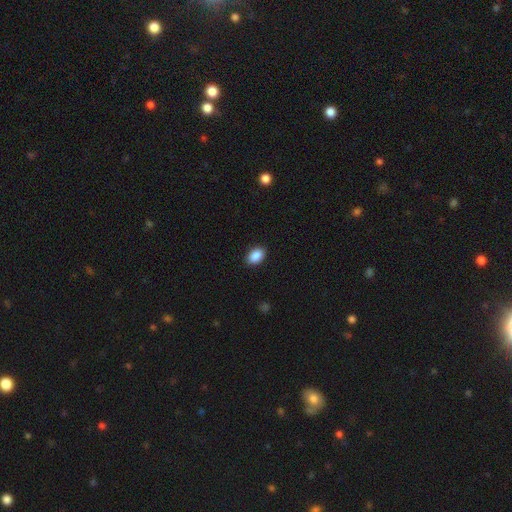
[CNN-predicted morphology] Smooth or featured: smooth — 89% (star or artifact — 7%)
How rounded: in between — 87% (round — 12%)
Merging: none — 89% (minor disturbance — 8%)